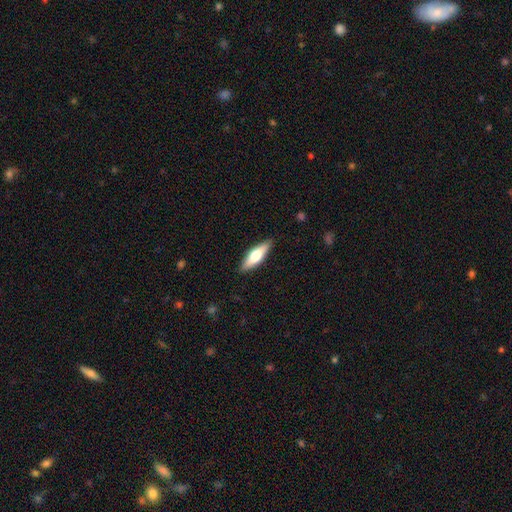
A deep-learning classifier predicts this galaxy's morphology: smooth_or_featured: smooth (p=0.53) [alt: featured or disk p=0.42]
how_rounded: cigar-shaped (p=0.54) [alt: in between p=0.43]
merging: none (p=0.89) [alt: minor disturbance p=0.08]